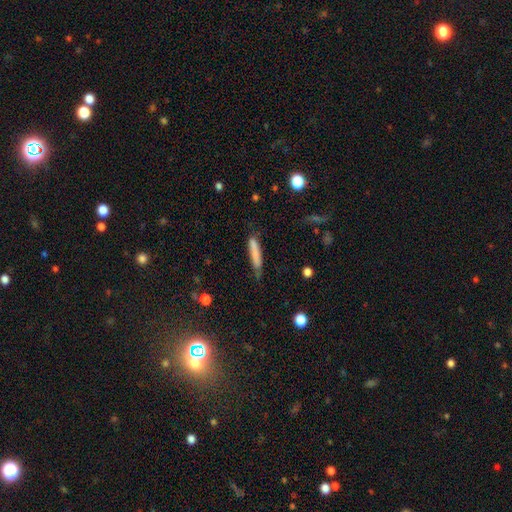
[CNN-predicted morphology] Smooth or featured?
  - smooth: 78% *
  - featured or disk: 16%
  - star or artifact: 6%
How rounded?
  - cigar-shaped: 88% *
  - in between: 11%
  - round: 2%
Merging?
  - none: 56% *
  - minor disturbance: 32%
  - major disturbance: 9%
  - merger: 3%